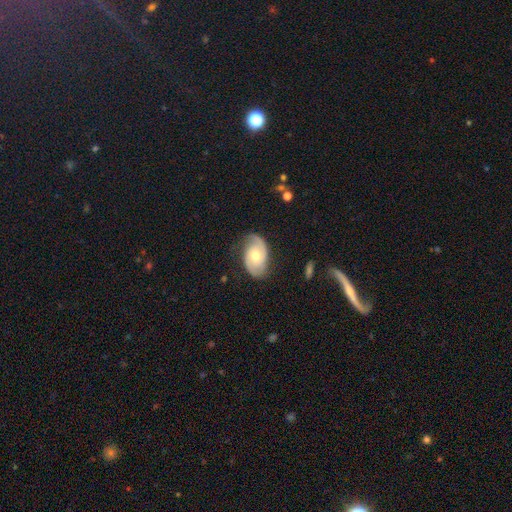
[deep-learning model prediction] Q: Smooth or featured?
A: featured or disk (75%); runner-up: smooth (20%)
Q: Edge-on disk?
A: no (96%); runner-up: yes (4%)
Q: Bar?
A: no (73%); runner-up: weak (23%)
Q: Spiral arms?
A: yes (90%); runner-up: no (10%)
Q: Spiral winding?
A: tight (46%); runner-up: medium (37%)
Q: Spiral arm count?
A: 2 (78%); runner-up: can't tell (11%)
Q: Bulge size?
A: moderate (71%); runner-up: small (23%)
Q: Merging?
A: none (72%); runner-up: minor disturbance (20%)